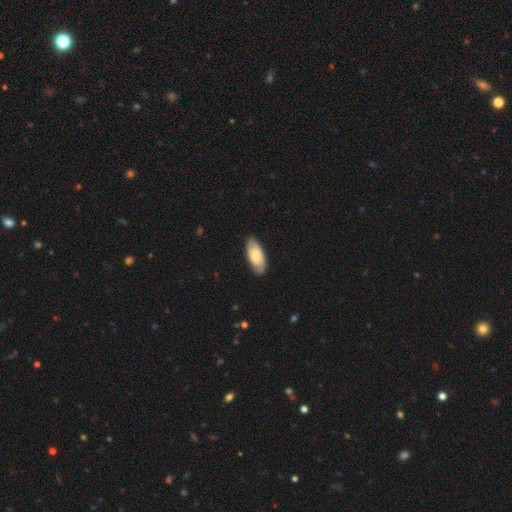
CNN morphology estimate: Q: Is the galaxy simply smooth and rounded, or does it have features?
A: smooth — 62%.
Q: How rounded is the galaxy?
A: in between — 88%.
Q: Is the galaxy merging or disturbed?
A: none — 84%.